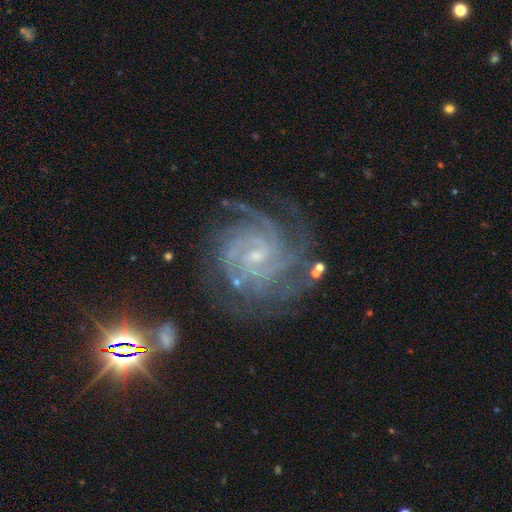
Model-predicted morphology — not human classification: This is clearly a featured or disk galaxy (89%). It is clearly not viewed edge-on (98%). Bar: possibly no (48%). Spiral arm pattern: clearly yes (98%). Spiral arm count: marginally 4 (33%). Spiral winding: likely tight (74%). Central bulge: likely small (78%). Merging: likely none (73%).